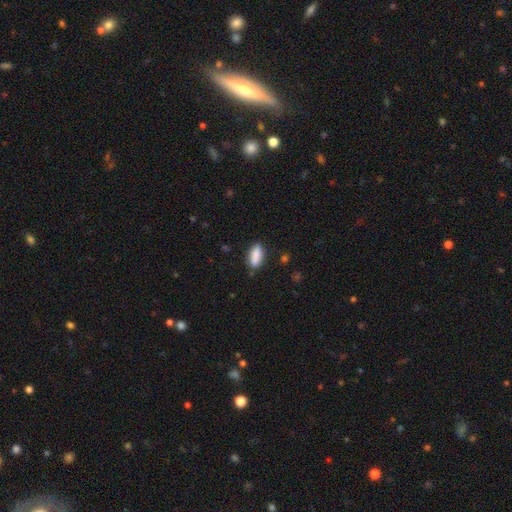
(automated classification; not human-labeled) smooth-or-featured: smooth: 86% | featured or disk: 7% | star or artifact: 7%
  how-rounded: in between: 73% | cigar-shaped: 24% | round: 3%
  merging: none: 82% | minor disturbance: 13% | major disturbance: 3% | merger: 2%